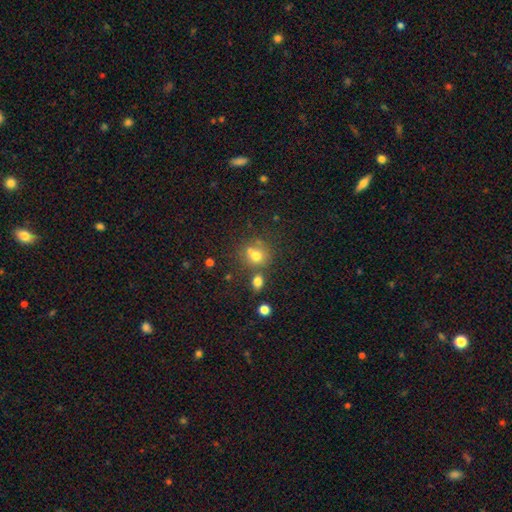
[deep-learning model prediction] A smooth galaxy with no disk features (69%) that is round (80%).

Vote fractions:
- Smooth or featured? smooth: 69% / star or artifact: 16% / featured or disk: 14%
- How rounded? round: 80% / in between: 19% / cigar-shaped: 1%
- Merging? none: 53% / merger: 30% / minor disturbance: 12% / major disturbance: 5%